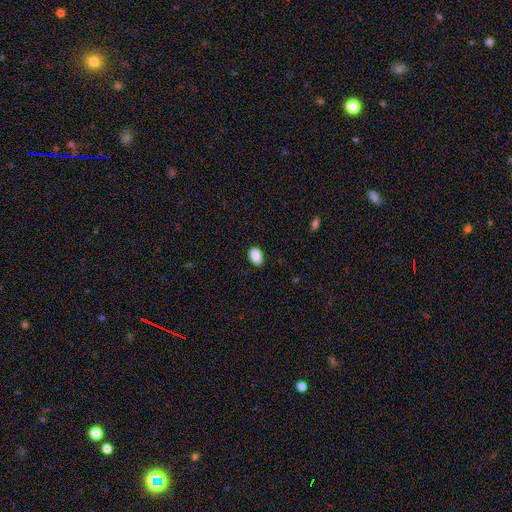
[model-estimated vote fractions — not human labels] smooth-or-featured: smooth: 90% | star or artifact: 8% | featured or disk: 3%
  how-rounded: in between: 88% | round: 11% | cigar-shaped: 1%
  merging: none: 88% | minor disturbance: 9% | major disturbance: 2% | merger: 1%